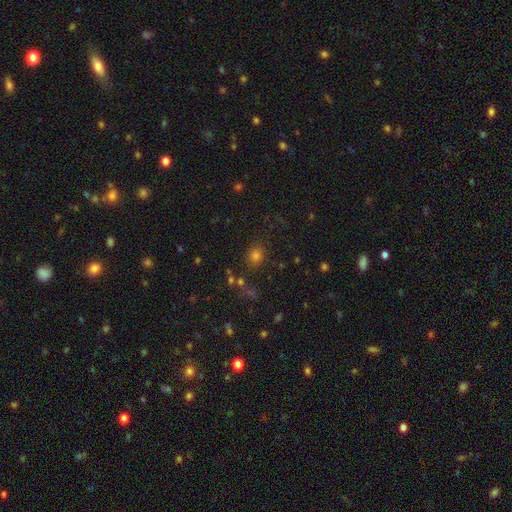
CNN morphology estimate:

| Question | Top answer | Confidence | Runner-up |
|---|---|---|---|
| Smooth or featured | smooth | 72% | star or artifact (22%) |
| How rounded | round | 75% | in between (24%) |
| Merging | none | 82% | minor disturbance (10%) |